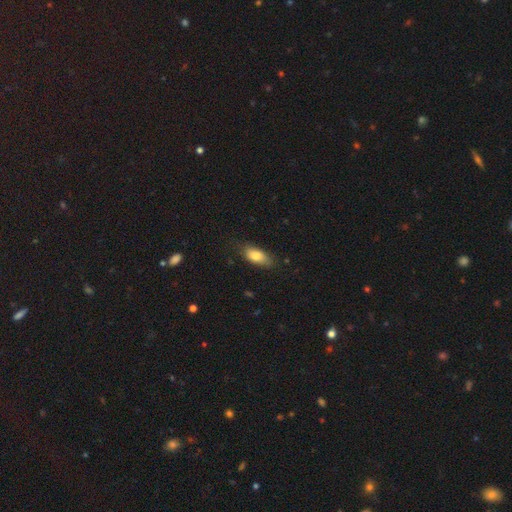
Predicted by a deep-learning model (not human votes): Smooth or featured?
  - smooth: 82% *
  - featured or disk: 12%
  - star or artifact: 7%
How rounded?
  - in between: 86% *
  - cigar-shaped: 11%
  - round: 3%
Merging?
  - none: 73% *
  - minor disturbance: 21%
  - major disturbance: 5%
  - merger: 1%